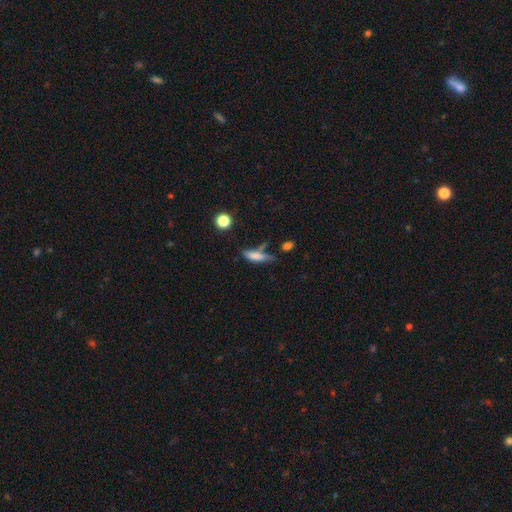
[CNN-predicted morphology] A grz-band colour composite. It shows a smooth galaxy with no disk features (70%) that is cigar-shaped (58%). Merging: none (45%).